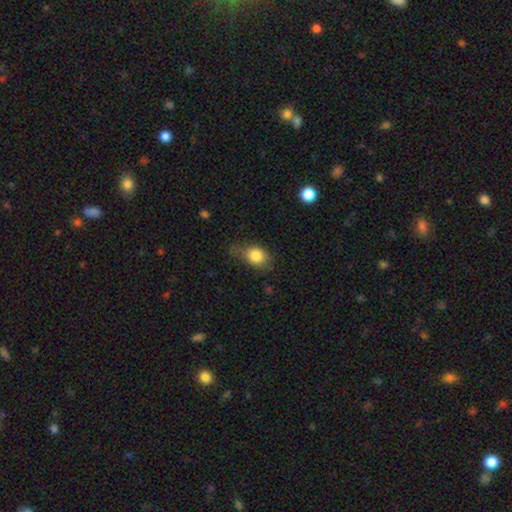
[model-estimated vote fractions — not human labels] smooth 81%, featured or disk 10%, star or artifact 9%. Down the decision tree: how rounded — in between (55%); merging — none (48%).